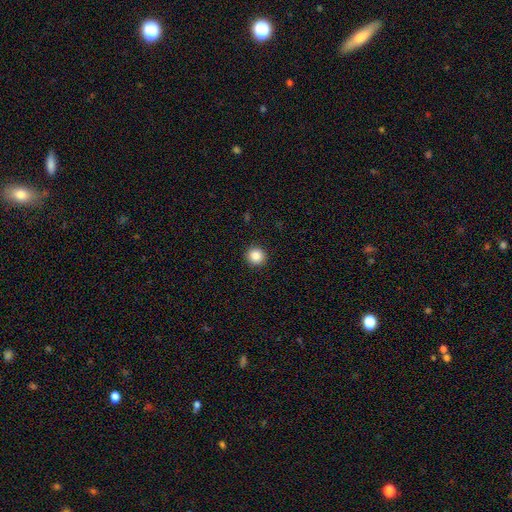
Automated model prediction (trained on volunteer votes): Smooth or featured? Predicted: smooth (p=0.87). How rounded? Predicted: round (p=0.93). Merging? Predicted: none (p=0.92).